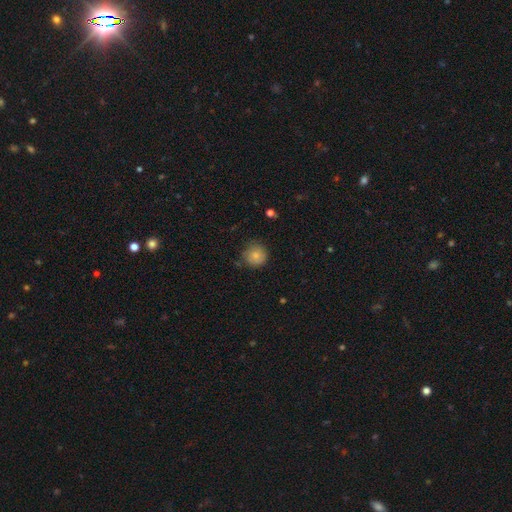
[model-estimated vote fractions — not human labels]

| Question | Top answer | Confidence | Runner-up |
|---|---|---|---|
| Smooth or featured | smooth | 82% | featured or disk (9%) |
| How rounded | round | 91% | in between (8%) |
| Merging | none | 73% | minor disturbance (21%) |